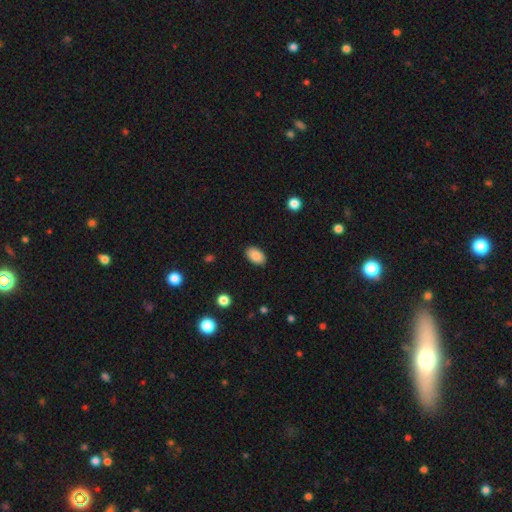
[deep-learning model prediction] A smooth galaxy with no disk features (88%) that is in between round and cigar-shaped (90%).

Vote fractions:
- Smooth or featured? smooth: 88% / star or artifact: 8% / featured or disk: 5%
- How rounded? in between: 90% / round: 9% / cigar-shaped: 1%
- Merging? none: 89% / minor disturbance: 8% / major disturbance: 2% / merger: 1%